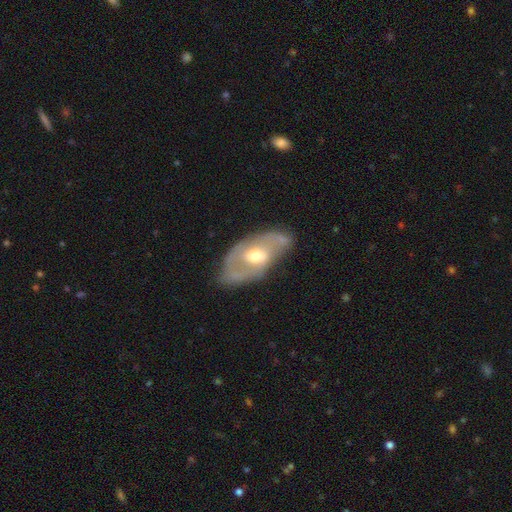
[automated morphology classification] This is likely a featured or disk galaxy (68%). It is clearly not viewed edge-on (90%). Bar: marginally no (44%). Spiral arm pattern: possibly yes (60%). Central bulge: likely moderate (70%). Merging: likely none (63%).